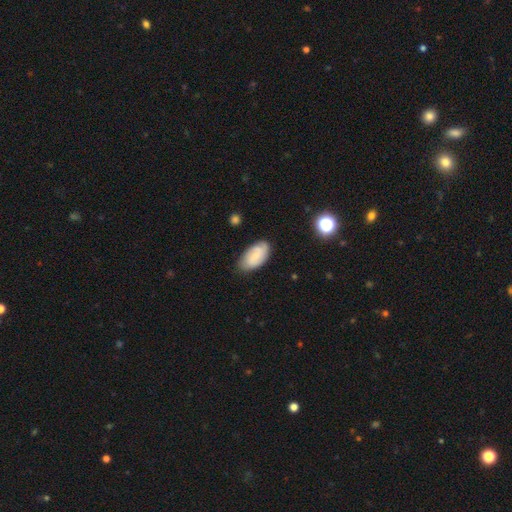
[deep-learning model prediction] Smooth or featured? smooth (56%)
How rounded? in between (94%)
Merging? none (75%)